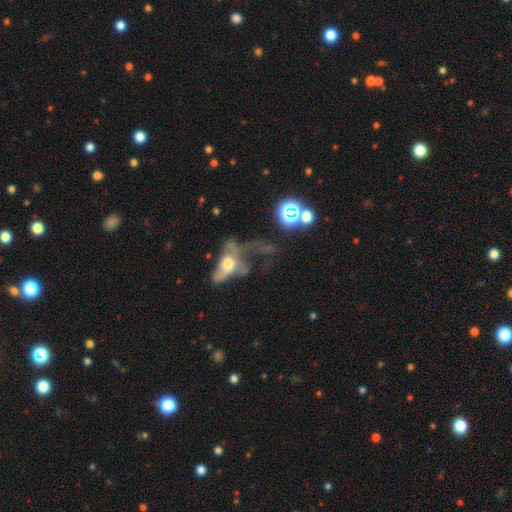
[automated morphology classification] The model was most divided on "merging": none: 32%, merger: 31%, major disturbance: 22%, minor disturbance: 15%. Remaining: smooth or featured — featured or disk (45%).